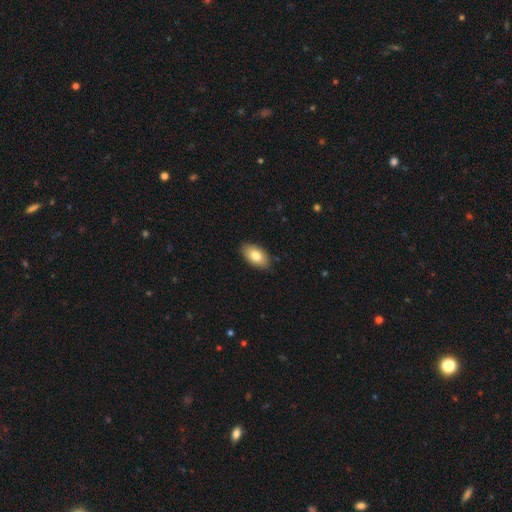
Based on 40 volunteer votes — Smooth or featured: smooth — 72% (featured or disk — 25%)
How rounded: in between — 97% (round — 3%)
Merging: none — 90% (merger — 5%)